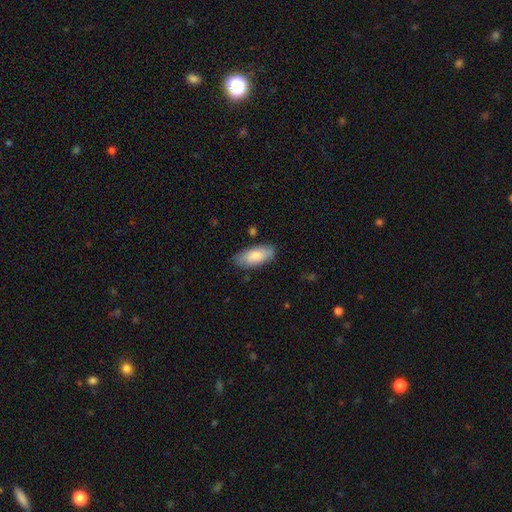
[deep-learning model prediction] A smooth galaxy with no disk features (82%) that is in between round and cigar-shaped (85%).

Vote fractions:
- Smooth or featured? smooth: 82% / featured or disk: 13% / star or artifact: 6%
- How rounded? in between: 85% / cigar-shaped: 13% / round: 2%
- Merging? none: 77% / minor disturbance: 17% / major disturbance: 3% / merger: 2%